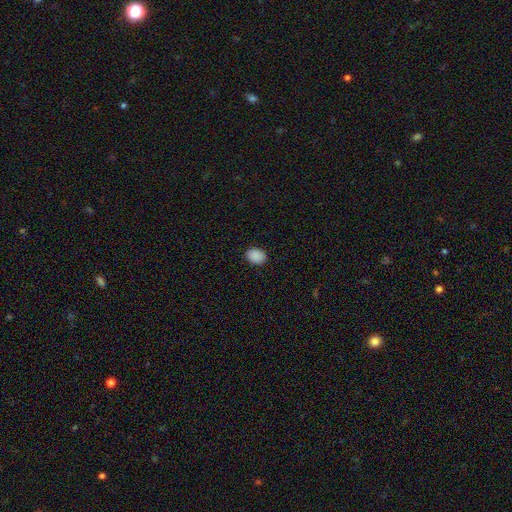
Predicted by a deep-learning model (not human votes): Smooth or featured: smooth — 89% (star or artifact — 8%)
How rounded: in between — 63% (round — 37%)
Merging: none — 90% (minor disturbance — 8%)